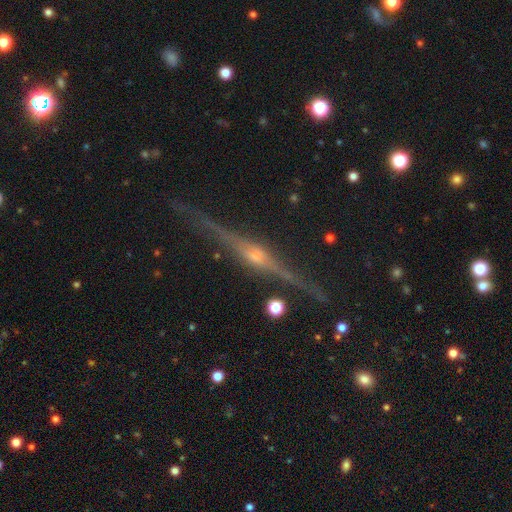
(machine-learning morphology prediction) Q: Smooth or featured?
A: featured or disk (87%); runner-up: star or artifact (7%)
Q: Edge-on disk?
A: yes (98%); runner-up: no (2%)
Q: Edge-on bulge?
A: rounded (90%); runner-up: boxy (6%)
Q: Merging?
A: none (89%); runner-up: minor disturbance (7%)